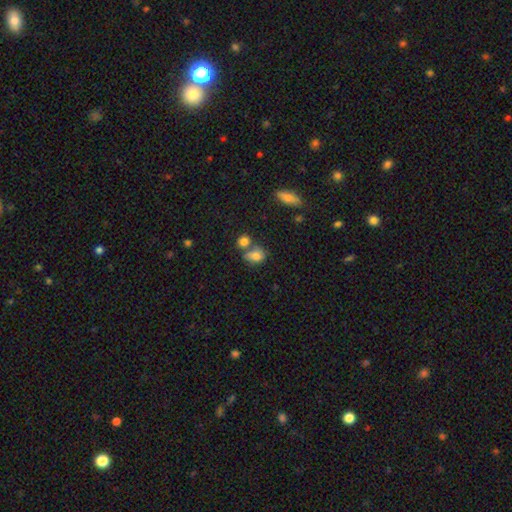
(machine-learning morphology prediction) smooth 77%, featured or disk 12%, star or artifact 11%. Down the decision tree: how rounded — in between (68%); merging — none (40%).